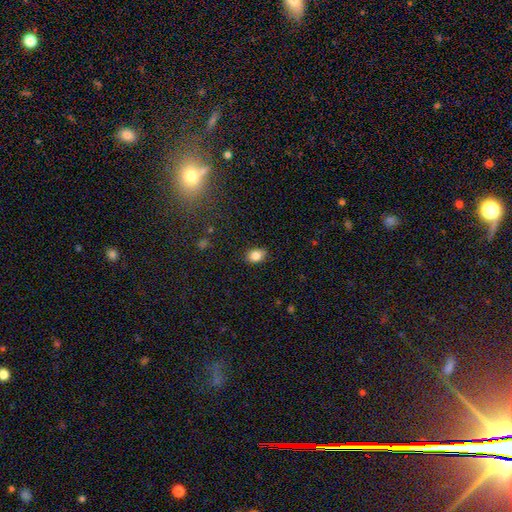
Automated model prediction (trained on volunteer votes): smooth 85%, star or artifact 9%, featured or disk 6%. Down the decision tree: how rounded — in between (69%); merging — none (86%).